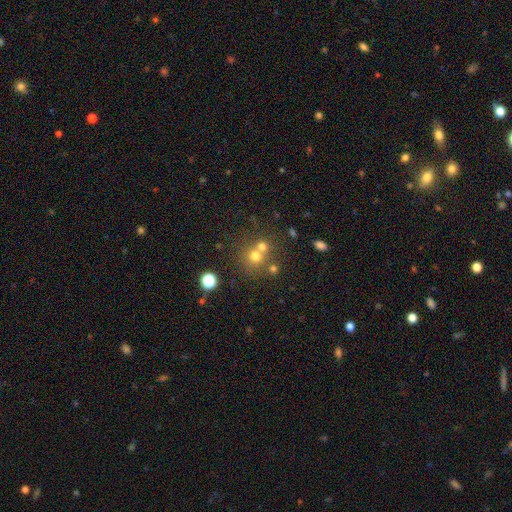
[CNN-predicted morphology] The model was most divided on "merging": none: 48%, merger: 41%, minor disturbance: 7%, major disturbance: 3%. More confident: how rounded — round (86%); smooth or featured — smooth (65%).